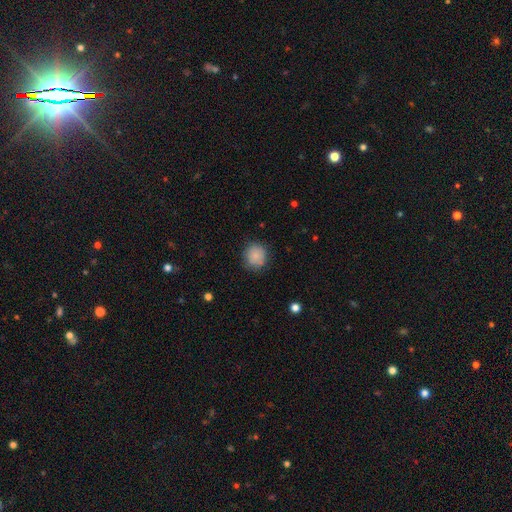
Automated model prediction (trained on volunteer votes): smooth 84%, star or artifact 8%, featured or disk 8%. Down the decision tree: how rounded — round (88%); merging — none (82%).